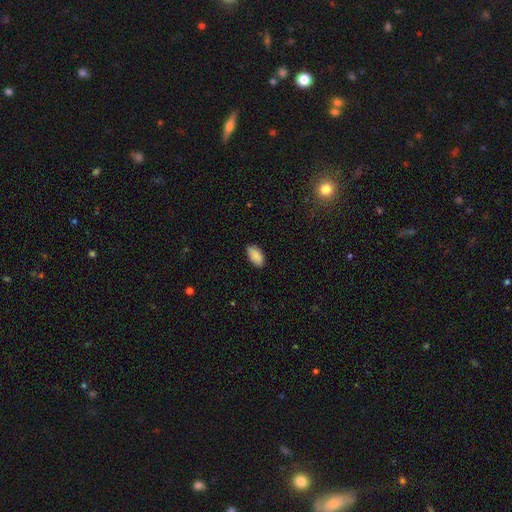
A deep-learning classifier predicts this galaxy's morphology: The model was most divided on "merging": none: 85%, minor disturbance: 12%, major disturbance: 2%, merger: 1%. More confident: how rounded — in between (94%); smooth or featured — smooth (89%).